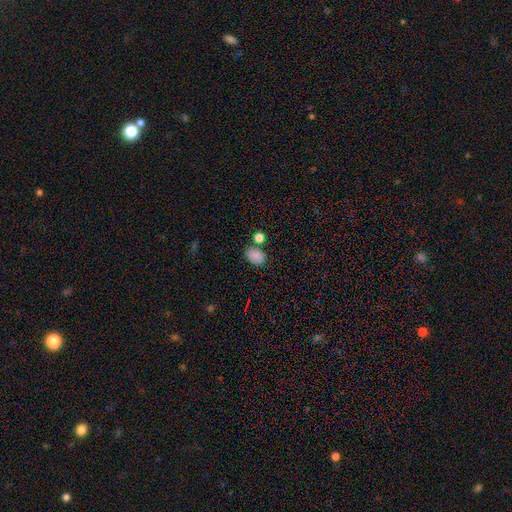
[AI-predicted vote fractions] smooth-or-featured: smooth: 83% | star or artifact: 10% | featured or disk: 7%
  how-rounded: in between: 74% | round: 25% | cigar-shaped: 1%
  merging: none: 69% | minor disturbance: 14% | merger: 13% | major disturbance: 4%